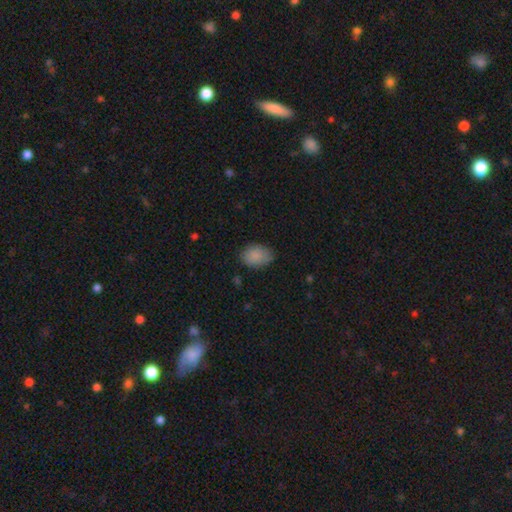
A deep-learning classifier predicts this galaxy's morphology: Smooth or featured: smooth — 87% (star or artifact — 7%)
How rounded: in between — 75% (round — 24%)
Merging: none — 74% (minor disturbance — 21%)